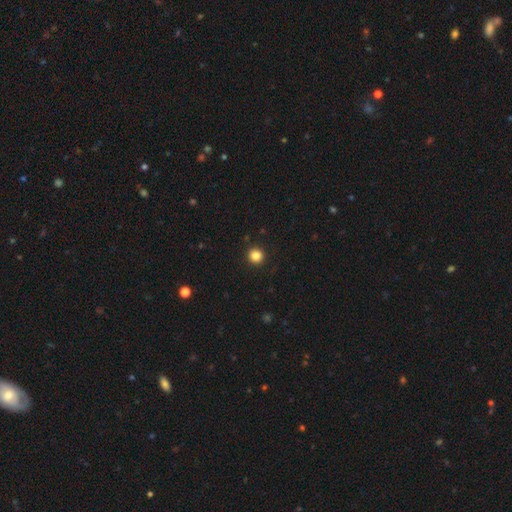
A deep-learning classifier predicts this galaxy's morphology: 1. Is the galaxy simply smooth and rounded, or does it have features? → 84% smooth, 12% star or artifact, 4% featured or disk.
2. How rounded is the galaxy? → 95% round, 4% in between, 1% cigar-shaped.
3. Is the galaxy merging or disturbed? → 93% none, 5% minor disturbance, 2% major disturbance, 1% merger.